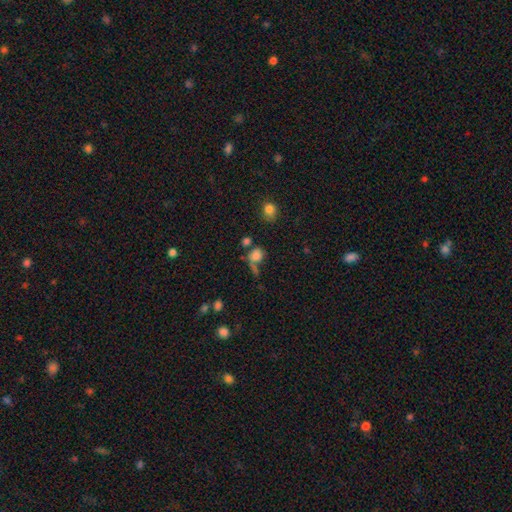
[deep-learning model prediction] smooth_or_featured: smooth (p=0.78) [alt: star or artifact p=0.13]
how_rounded: round (p=0.70) [alt: in between p=0.29]
merging: none (p=0.43) [alt: merger p=0.28]